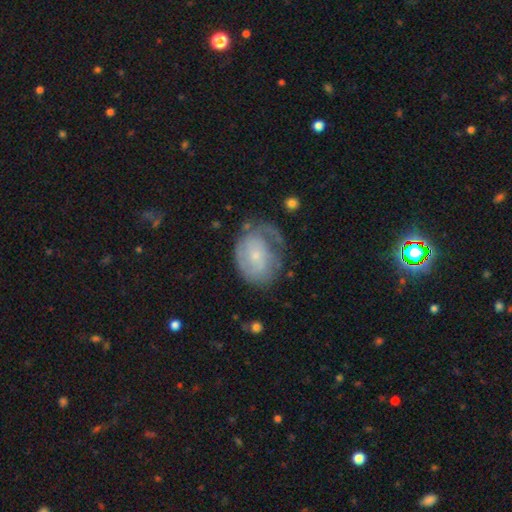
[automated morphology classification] This is likely a featured or disk galaxy (66%). It is clearly not viewed edge-on (97%). Bar: likely no (67%). Spiral arm pattern: clearly yes (80%). Spiral arm count: marginally can't tell (34%). Spiral winding: possibly tight (51%). Central bulge: likely small (68%). Merging: possibly none (47%).